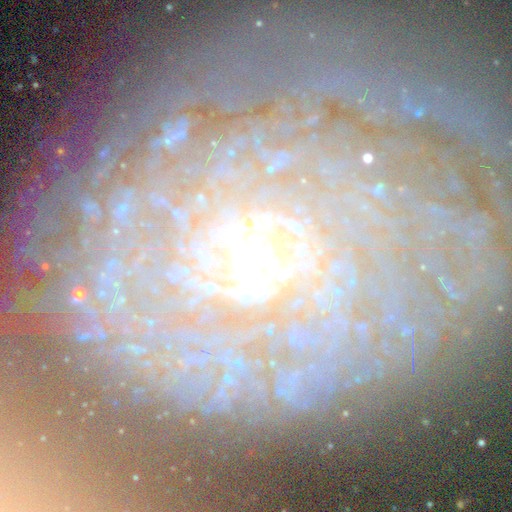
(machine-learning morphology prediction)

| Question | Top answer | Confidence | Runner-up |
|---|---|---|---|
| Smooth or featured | featured or disk | 76% | star or artifact (13%) |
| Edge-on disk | no | 96% | yes (4%) |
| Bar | no | 60% | weak (28%) |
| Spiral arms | yes | 85% | no (15%) |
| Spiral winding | tight | 66% | medium (23%) |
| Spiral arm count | can't tell | 40% | 2 (19%) |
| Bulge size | small | 71% | moderate (20%) |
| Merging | none | 62% | minor disturbance (18%) |